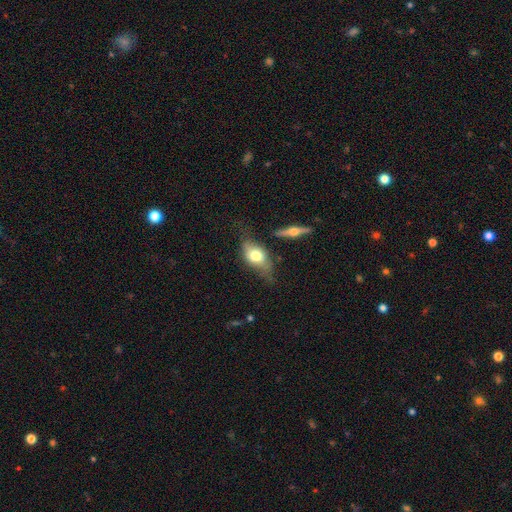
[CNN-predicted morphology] A smooth galaxy with no disk features (57%) that is in between round and cigar-shaped (82%).

Vote fractions:
- Smooth or featured? smooth: 57% / featured or disk: 36% / star or artifact: 7%
- How rounded? in between: 82% / round: 11% / cigar-shaped: 7%
- Merging? none: 49% / minor disturbance: 30% / major disturbance: 14% / merger: 7%